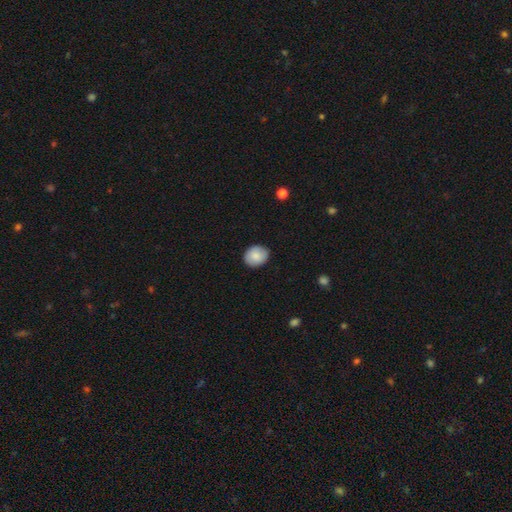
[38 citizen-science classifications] smooth-or-featured: smooth: 82% | featured or disk: 11% | star or artifact: 8%
  how-rounded: round: 55% | in between: 45% | cigar-shaped: 0%
  merging: none: 97% | minor disturbance: 3% | major disturbance: 0% | merger: 0%